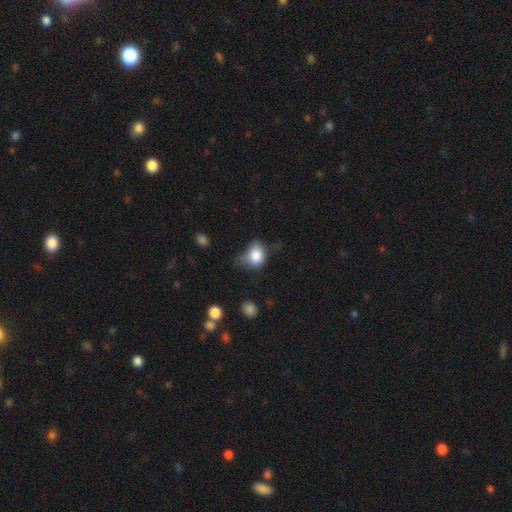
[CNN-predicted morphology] This is clearly a smooth galaxy (81%). How rounded: likely in between (62%). Merging: marginally minor disturbance (40%).